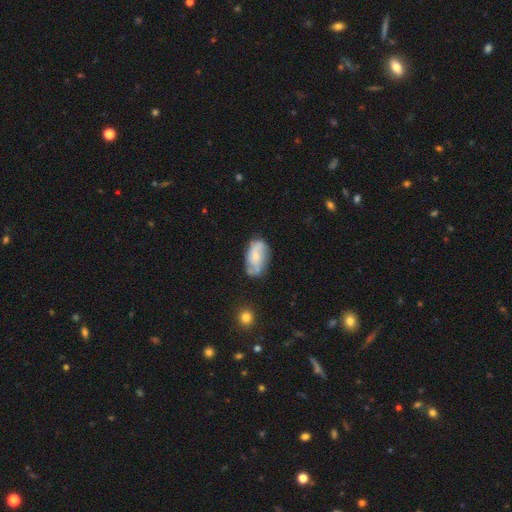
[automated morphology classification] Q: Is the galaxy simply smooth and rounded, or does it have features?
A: featured or disk — 54%.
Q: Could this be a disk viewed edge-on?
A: no — 96%.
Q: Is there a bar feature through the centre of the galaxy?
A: no — 68%.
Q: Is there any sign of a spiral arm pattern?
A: yes — 75%.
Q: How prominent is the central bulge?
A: small — 54%.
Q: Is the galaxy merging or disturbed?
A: none — 53%.